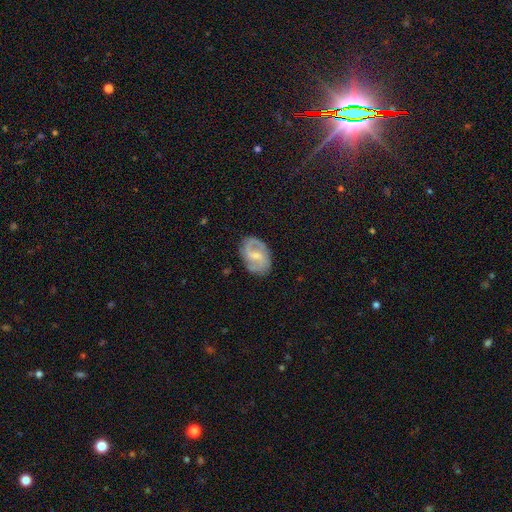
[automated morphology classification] Smooth or featured? Predicted: featured or disk (p=0.80). Edge-on disk? Predicted: no (p=0.97). Bar? Predicted: weak (p=0.57). Spiral arms? Predicted: yes (p=0.94). Spiral winding? Predicted: medium (p=0.53). Spiral arm count? Predicted: 2 (p=0.87). Bulge size? Predicted: small (p=0.53). Merging? Predicted: none (p=0.79).